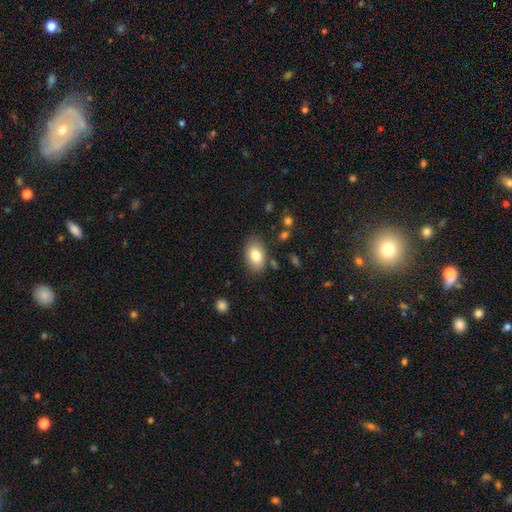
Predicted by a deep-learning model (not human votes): Smooth or featured?
  - smooth: 82% *
  - featured or disk: 11%
  - star or artifact: 7%
How rounded?
  - in between: 90% *
  - round: 8%
  - cigar-shaped: 1%
Merging?
  - none: 82% *
  - minor disturbance: 12%
  - major disturbance: 3%
  - merger: 3%